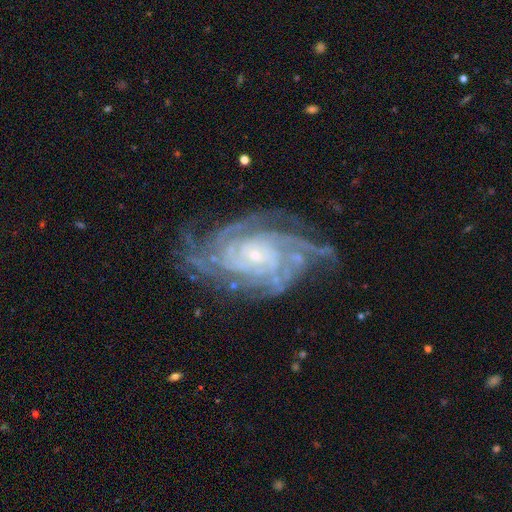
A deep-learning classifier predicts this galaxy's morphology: Smooth or featured: featured or disk — 91% (star or artifact — 6%)
Edge-on disk: no — 97% (yes — 3%)
Bar: no — 70% (weak — 22%)
Spiral arms: yes — 98% (no — 2%)
Spiral winding: tight — 73% (medium — 23%)
Spiral arm count: 4 — 27% (more than 4 — 22%)
Bulge size: small — 81% (moderate — 14%)
Merging: none — 69% (minor disturbance — 19%)